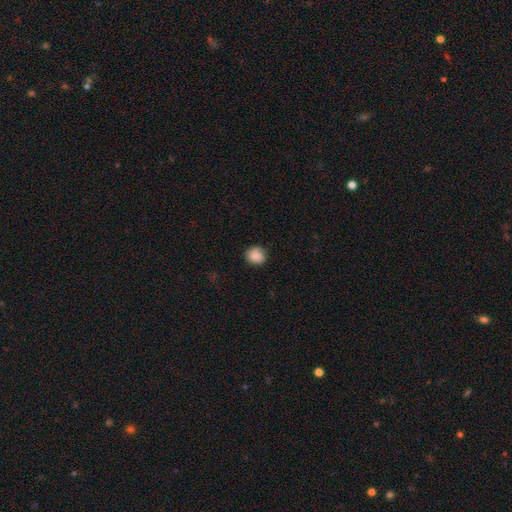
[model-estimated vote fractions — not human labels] This appears to be a smooth galaxy with no disk features (86%) that is round (82%). Merging: none (81%).